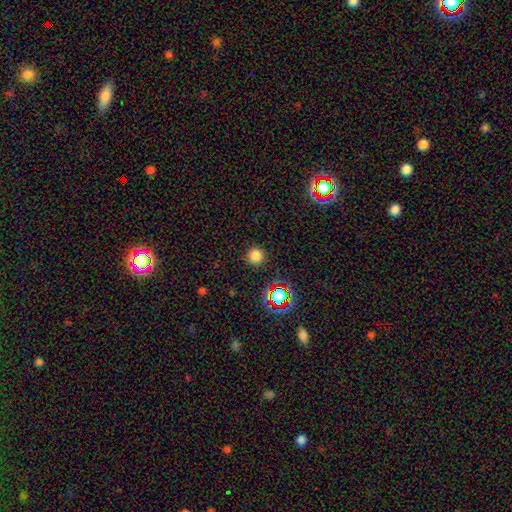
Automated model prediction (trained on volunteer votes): This appears to be a smooth galaxy with no disk features (77%) that is round (96%). Merging: none (90%).